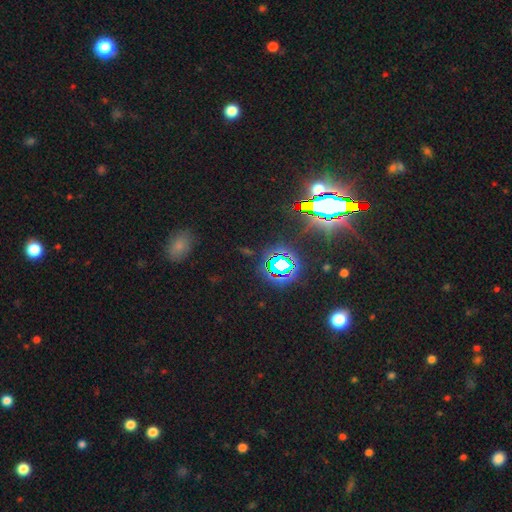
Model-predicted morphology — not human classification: type=star or artifact (78%).